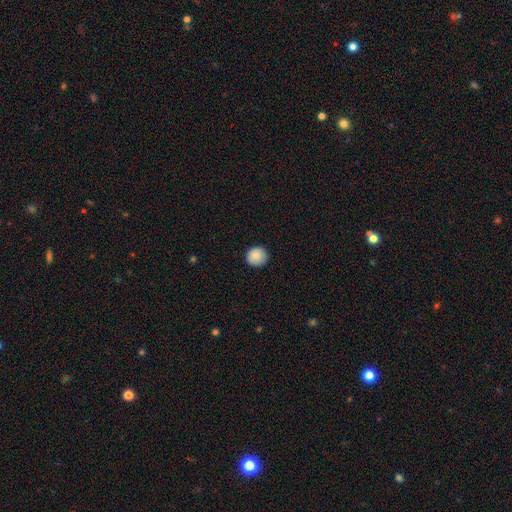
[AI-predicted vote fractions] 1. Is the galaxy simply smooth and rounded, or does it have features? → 88% smooth, 8% star or artifact, 4% featured or disk.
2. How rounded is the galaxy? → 92% round, 7% in between, 1% cigar-shaped.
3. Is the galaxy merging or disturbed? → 91% none, 7% minor disturbance, 2% major disturbance, 1% merger.